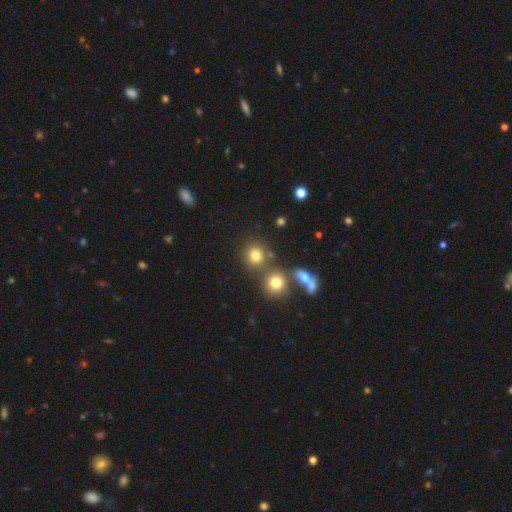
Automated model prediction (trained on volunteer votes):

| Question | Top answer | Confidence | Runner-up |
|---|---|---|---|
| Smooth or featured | smooth | 77% | star or artifact (15%) |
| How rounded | round | 87% | in between (12%) |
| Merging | none | 68% | merger (19%) |